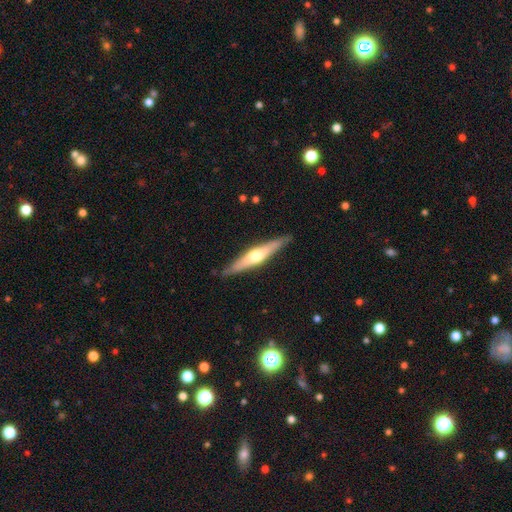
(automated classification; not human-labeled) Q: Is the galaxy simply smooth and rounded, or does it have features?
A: featured or disk — 63%.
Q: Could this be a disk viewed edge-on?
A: yes — 96%.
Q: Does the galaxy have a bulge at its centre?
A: rounded — 90%.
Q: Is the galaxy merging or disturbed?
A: none — 88%.